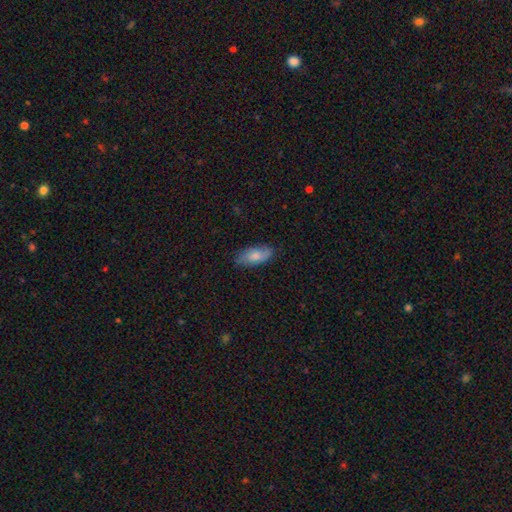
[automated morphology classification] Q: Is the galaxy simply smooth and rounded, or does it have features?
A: smooth — 69%.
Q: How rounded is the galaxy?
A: in between — 88%.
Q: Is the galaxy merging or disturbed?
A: none — 74%.